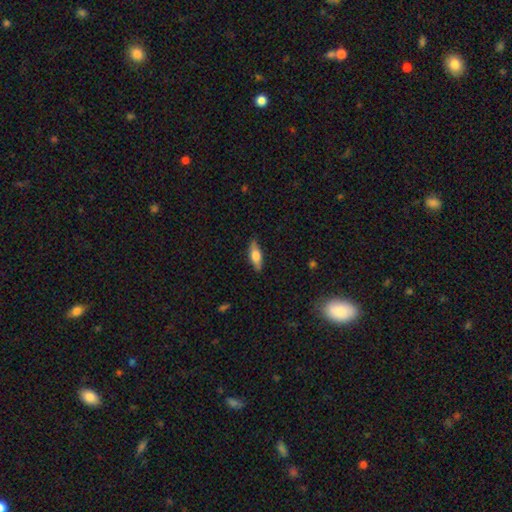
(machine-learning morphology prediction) A smooth galaxy with no disk features (65%) that is in between round and cigar-shaped (65%).

Vote fractions:
- Smooth or featured? smooth: 65% / featured or disk: 29% / star or artifact: 6%
- How rounded? in between: 65% / cigar-shaped: 33% / round: 3%
- Merging? none: 84% / minor disturbance: 13% / major disturbance: 2% / merger: 1%